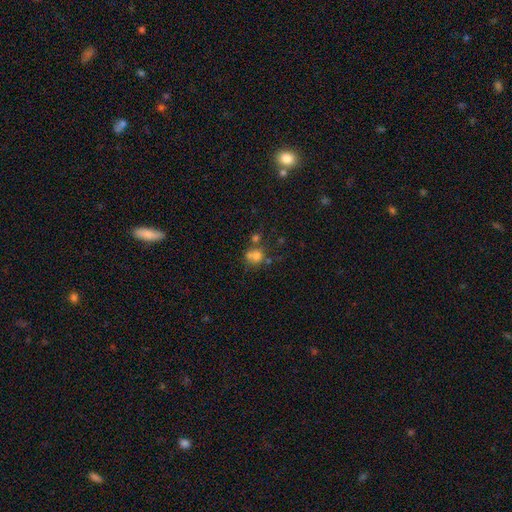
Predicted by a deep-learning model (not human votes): A smooth galaxy with no disk features (68%) that is round (76%).

Vote fractions:
- Smooth or featured? smooth: 68% / featured or disk: 16% / star or artifact: 16%
- How rounded? round: 76% / in between: 23% / cigar-shaped: 1%
- Merging? none: 41% / merger: 40% / minor disturbance: 12% / major disturbance: 8%